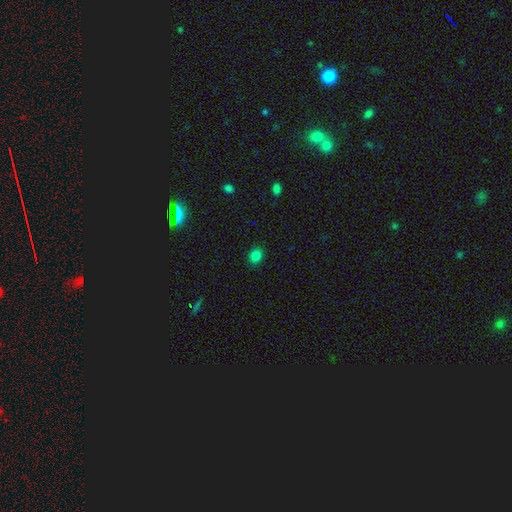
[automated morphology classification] type=smooth (82%); roundness=round (61%); merging=none (89%).